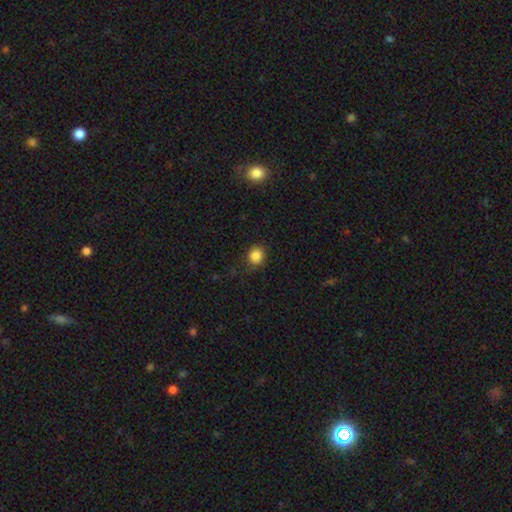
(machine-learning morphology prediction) Smooth or featured? Predicted: smooth (p=0.85). How rounded? Predicted: round (p=0.85). Merging? Predicted: none (p=0.78).